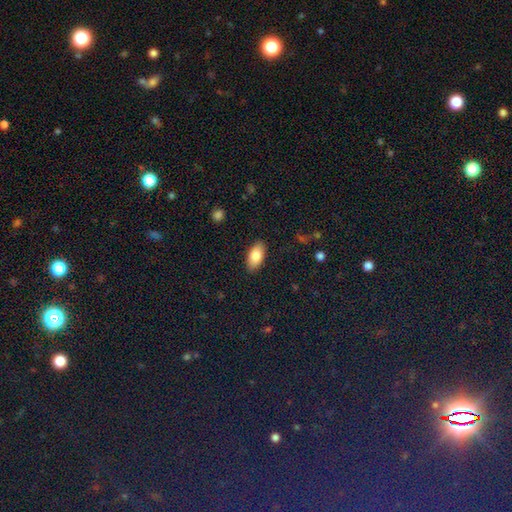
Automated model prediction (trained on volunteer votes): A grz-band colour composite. It shows a smooth galaxy with no disk features (83%) that is in between round and cigar-shaped (92%). Merging: none (88%).